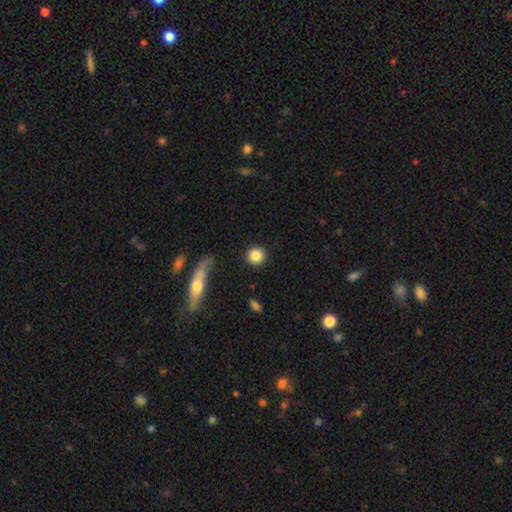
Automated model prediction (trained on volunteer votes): smooth_or_featured: smooth (p=0.86) [alt: star or artifact p=0.08]
how_rounded: round (p=0.91) [alt: in between p=0.08]
merging: none (p=0.88) [alt: minor disturbance p=0.07]